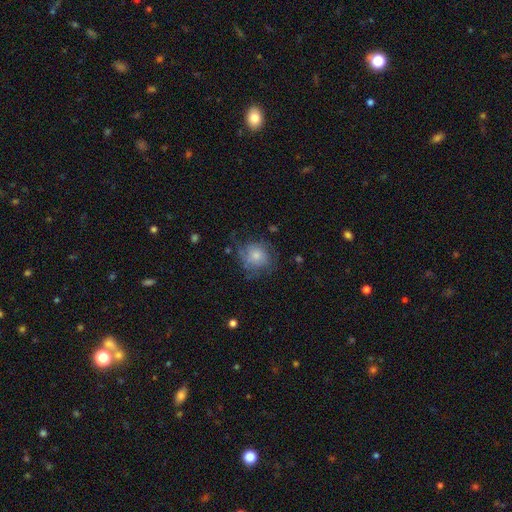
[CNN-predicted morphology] A smooth galaxy with no disk features (59%) that is round (78%). Merging: none (51%).